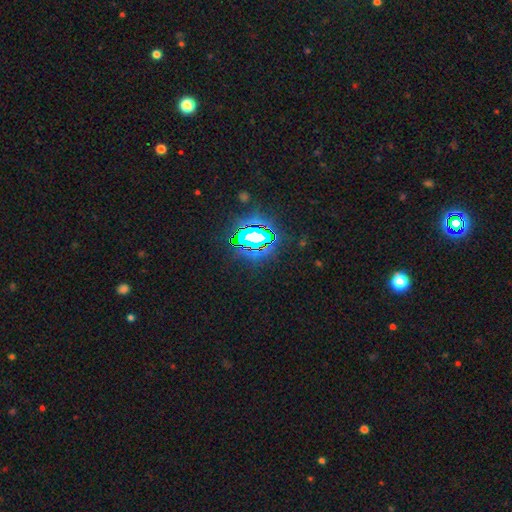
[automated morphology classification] Overall: star or artifact (83%).